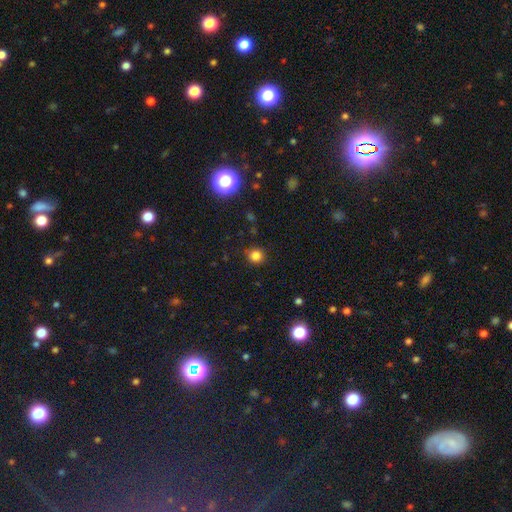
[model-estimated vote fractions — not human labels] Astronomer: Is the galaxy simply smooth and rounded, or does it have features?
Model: smooth — 82%.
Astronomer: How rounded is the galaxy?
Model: round — 93%.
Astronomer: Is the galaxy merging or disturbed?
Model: none — 91%.